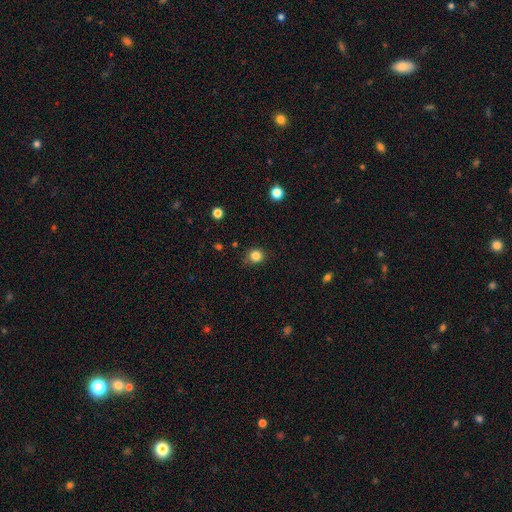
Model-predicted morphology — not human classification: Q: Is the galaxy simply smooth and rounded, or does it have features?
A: smooth — 84%.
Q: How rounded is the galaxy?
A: round — 84%.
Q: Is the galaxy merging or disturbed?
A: none — 82%.